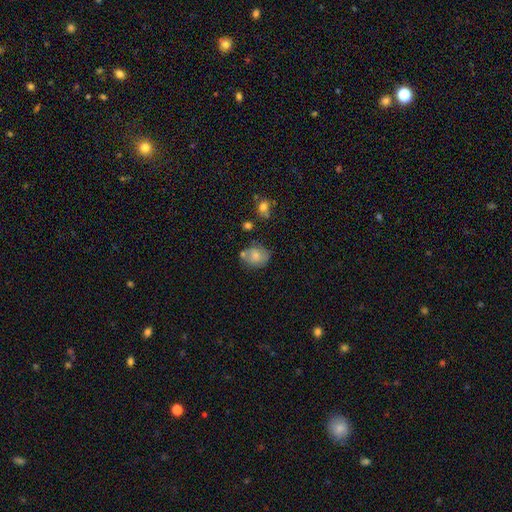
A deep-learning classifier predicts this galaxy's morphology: Overall: smooth (67%). How rounded: round (57%; in between 42%). Merging: none (59%; minor disturbance 24%).